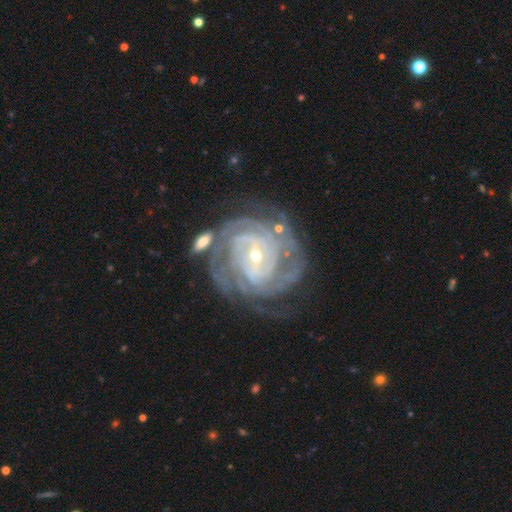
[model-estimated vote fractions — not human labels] Smooth or featured?
  - featured or disk: 91% *
  - star or artifact: 5%
  - smooth: 4%
Edge-on disk?
  - no: 97% *
  - yes: 3%
Bar?
  - no: 40% *
  - weak: 39%
  - strong: 21%
Spiral arms?
  - yes: 97% *
  - no: 3%
Spiral winding?
  - tight: 75% *
  - medium: 21%
  - loose: 4%
Spiral arm count?
  - 4: 26% *
  - can't tell: 24%
  - 3: 18%
  - 2: 14%
  - more than 4: 11%
  - 1: 6%
Bulge size?
  - small: 74% *
  - moderate: 22%
  - large: 1%
  - none: 1%
  - dominant: 1%
Merging?
  - none: 65% *
  - minor disturbance: 18%
  - major disturbance: 10%
  - merger: 7%